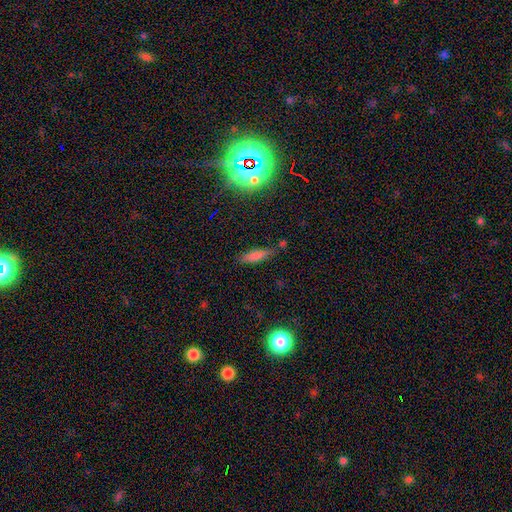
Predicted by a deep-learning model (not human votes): This is likely a smooth galaxy (73%). How rounded: possibly cigar-shaped (59%). Merging: likely none (77%).